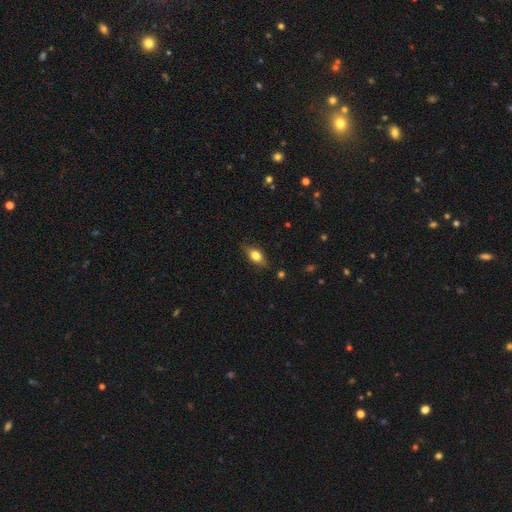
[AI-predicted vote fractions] Q: Smooth or featured?
A: smooth (65%); runner-up: featured or disk (27%)
Q: How rounded?
A: in between (77%); runner-up: cigar-shaped (14%)
Q: Merging?
A: none (82%); runner-up: minor disturbance (14%)